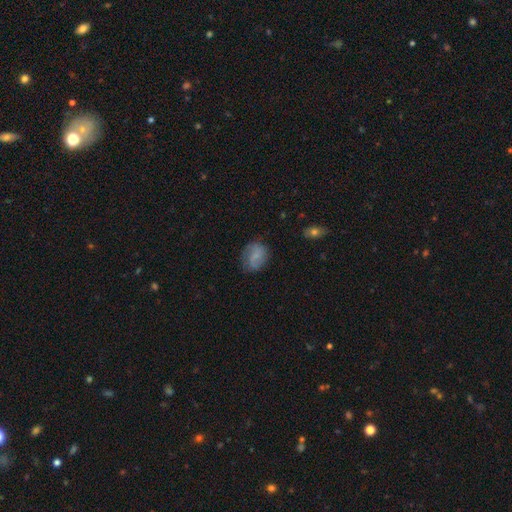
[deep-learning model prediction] Smooth or featured: smooth — 58% (featured or disk — 33%)
How rounded: in between — 60% (round — 38%)
Merging: none — 68% (minor disturbance — 22%)